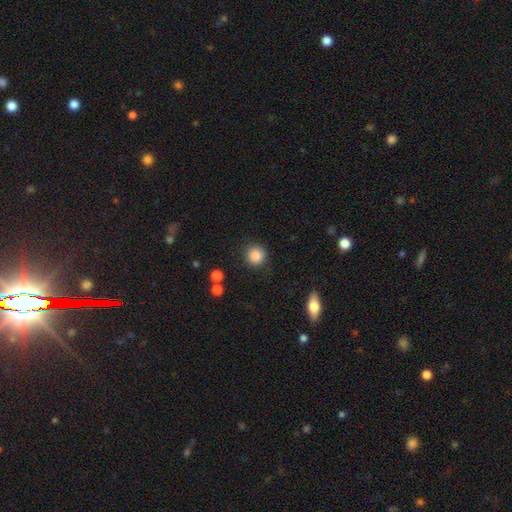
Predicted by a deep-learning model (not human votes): A smooth galaxy with no disk features (87%) that is round (92%).

Vote fractions:
- Smooth or featured? smooth: 87% / star or artifact: 10% / featured or disk: 4%
- How rounded? round: 92% / in between: 7% / cigar-shaped: 1%
- Merging? none: 88% / minor disturbance: 7% / major disturbance: 3% / merger: 2%